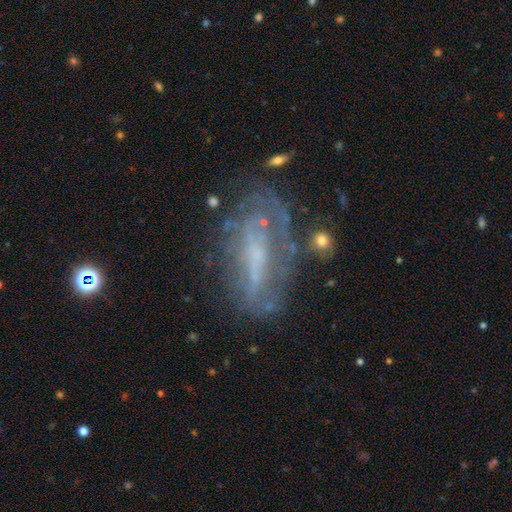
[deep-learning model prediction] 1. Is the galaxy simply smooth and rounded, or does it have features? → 70% featured or disk, 20% smooth, 10% star or artifact.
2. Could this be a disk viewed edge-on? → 86% no, 14% yes.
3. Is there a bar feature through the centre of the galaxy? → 42% no, 35% weak, 22% strong.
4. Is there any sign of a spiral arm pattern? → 59% yes, 41% no.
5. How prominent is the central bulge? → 43% small, 31% none, 21% moderate, 3% large, 1% dominant.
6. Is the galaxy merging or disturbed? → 56% none, 22% minor disturbance, 17% major disturbance, 5% merger.